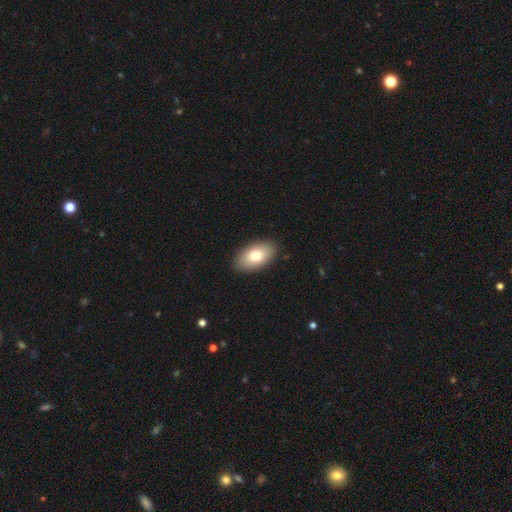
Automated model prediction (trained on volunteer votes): A smooth galaxy with no disk features (77%) that is in between round and cigar-shaped (94%). Merging: none (89%).